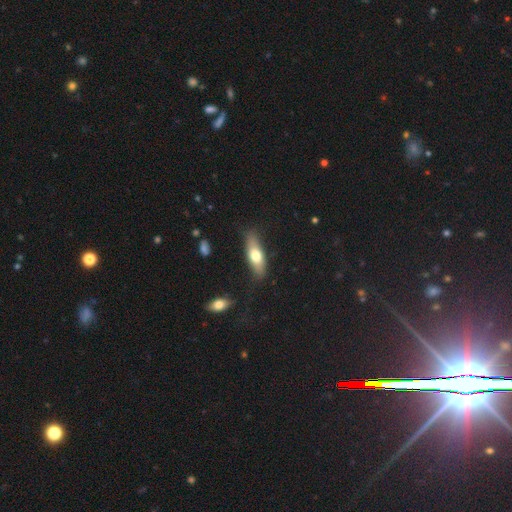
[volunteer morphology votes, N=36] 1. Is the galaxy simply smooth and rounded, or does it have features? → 61% smooth, 36% featured or disk, 3% star or artifact.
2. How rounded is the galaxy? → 55% cigar-shaped, 45% in between, 0% round.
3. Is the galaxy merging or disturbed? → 74% none, 20% minor disturbance, 6% major disturbance, 0% merger.